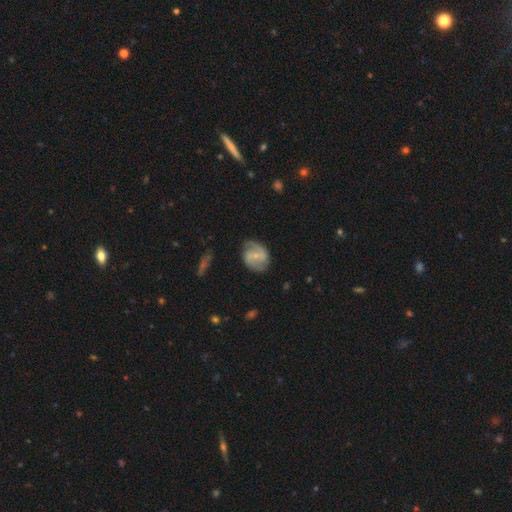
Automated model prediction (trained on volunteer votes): This is likely a featured or disk galaxy (75%). It is clearly not viewed edge-on (97%). Bar: possibly weak (46%). Spiral arm pattern: clearly yes (93%). Spiral arm count: clearly 2 (86%). Spiral winding: possibly medium (49%). Central bulge: likely small (65%). Merging: likely none (74%).